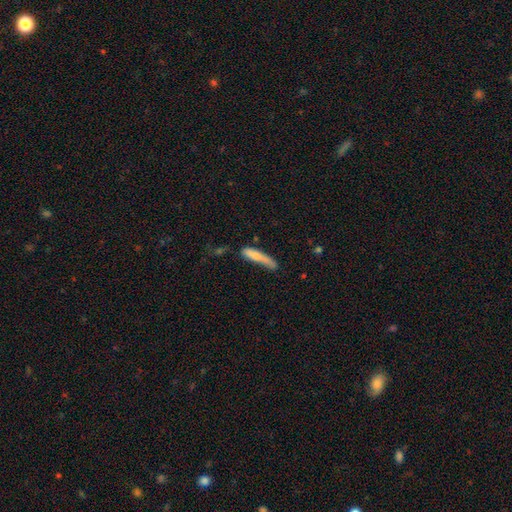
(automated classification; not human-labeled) Q: Smooth or featured?
A: smooth (73%); runner-up: featured or disk (20%)
Q: How rounded?
A: cigar-shaped (87%); runner-up: in between (11%)
Q: Merging?
A: none (49%); runner-up: minor disturbance (30%)